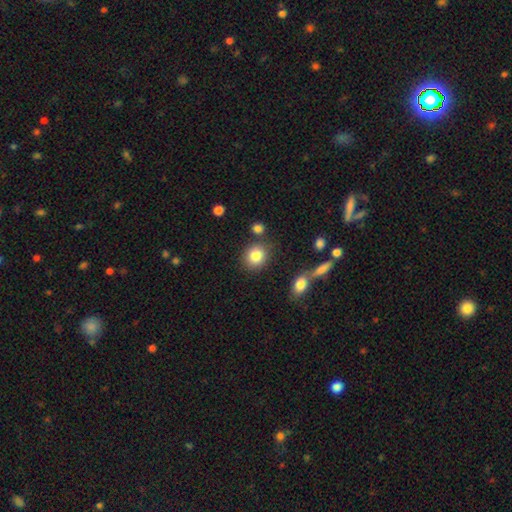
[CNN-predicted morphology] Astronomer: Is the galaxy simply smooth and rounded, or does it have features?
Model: smooth — 85%.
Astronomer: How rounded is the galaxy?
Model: round — 74%.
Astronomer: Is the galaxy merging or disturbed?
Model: none — 78%.